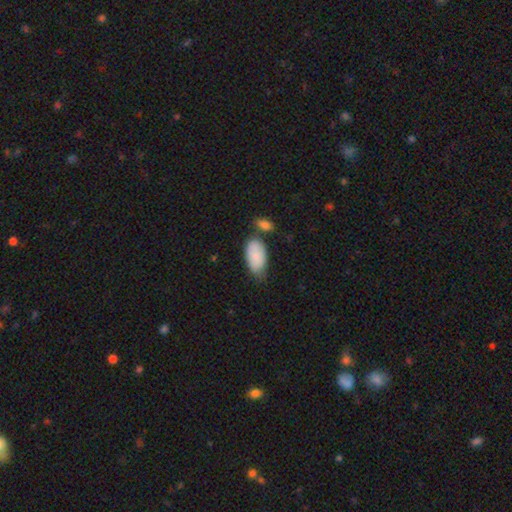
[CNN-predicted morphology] This is clearly a smooth galaxy (84%). How rounded: clearly in between (95%). Merging: possibly none (52%).